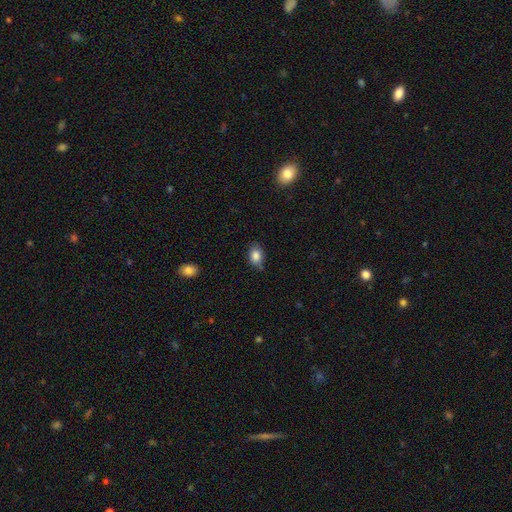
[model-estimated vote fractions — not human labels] The model was most divided on "merging": none: 71%, minor disturbance: 24%, major disturbance: 4%, merger: 2%. More confident: smooth or featured — smooth (84%); how rounded — in between (79%).